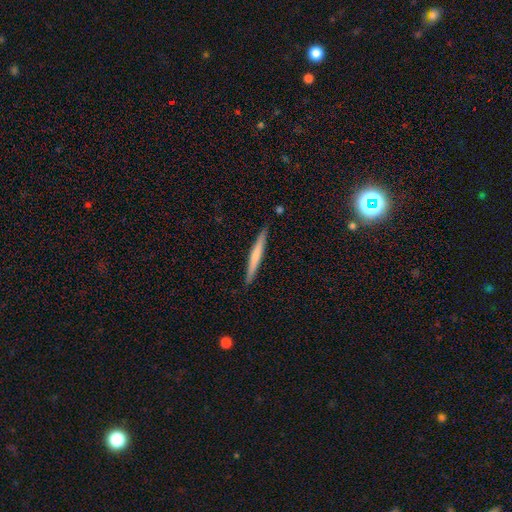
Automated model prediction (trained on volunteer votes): Q: Smooth or featured?
A: smooth (55%); runner-up: featured or disk (40%)
Q: How rounded?
A: cigar-shaped (97%); runner-up: in between (2%)
Q: Merging?
A: none (90%); runner-up: minor disturbance (8%)